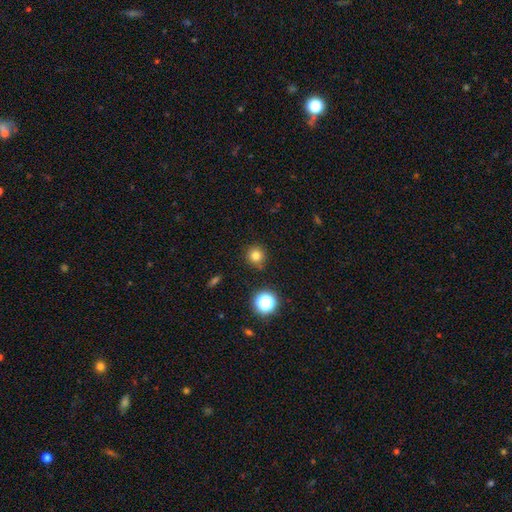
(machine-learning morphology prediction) smooth-or-featured: smooth: 78% | star or artifact: 16% | featured or disk: 6%
  how-rounded: round: 93% | in between: 6% | cigar-shaped: 1%
  merging: none: 87% | minor disturbance: 8% | major disturbance: 3% | merger: 2%